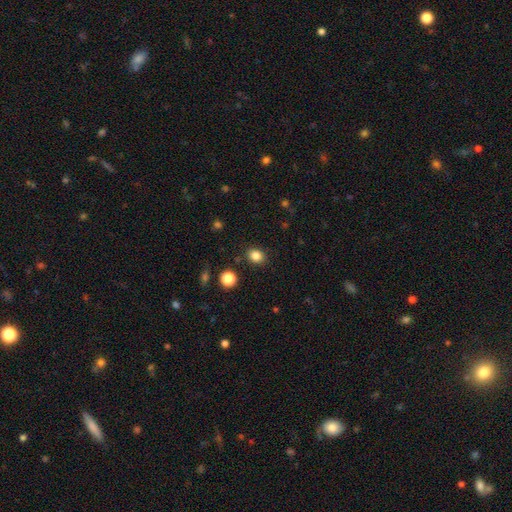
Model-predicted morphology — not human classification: smooth_or_featured: smooth (p=0.84) [alt: star or artifact p=0.12]
how_rounded: round (p=0.59) [alt: in between p=0.40]
merging: none (p=0.86) [alt: minor disturbance p=0.08]